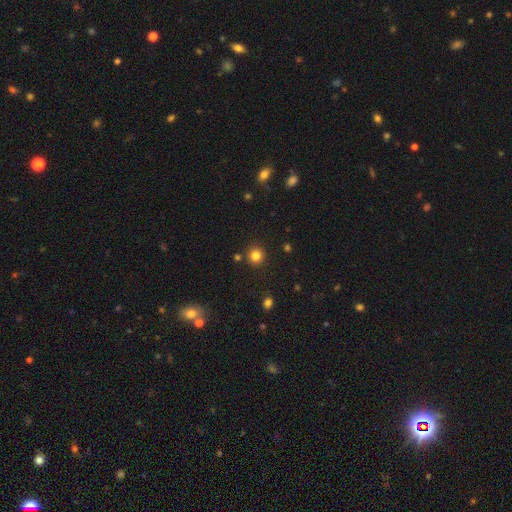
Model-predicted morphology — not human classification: The model was most divided on "smooth or featured": smooth: 82%, star or artifact: 13%, featured or disk: 5%. More confident: how rounded — round (94%); merging — none (89%).